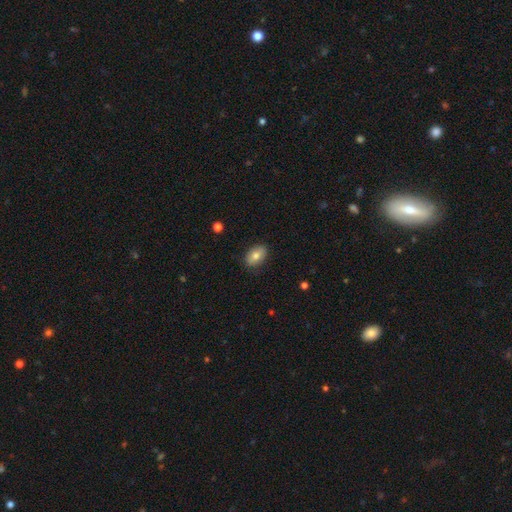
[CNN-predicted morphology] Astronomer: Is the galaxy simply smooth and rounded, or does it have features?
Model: smooth — 78%.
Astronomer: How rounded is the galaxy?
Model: in between — 88%.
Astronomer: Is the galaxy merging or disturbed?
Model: none — 84%.